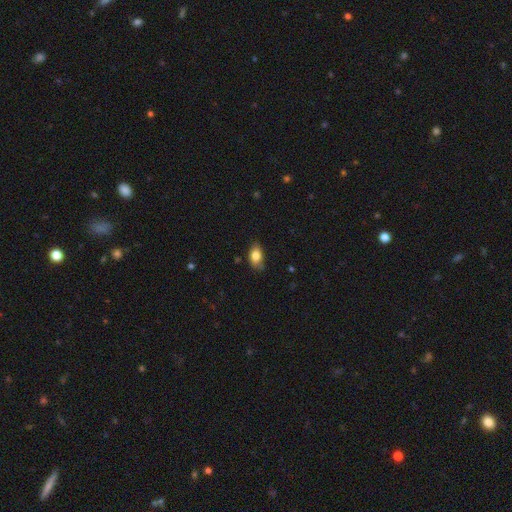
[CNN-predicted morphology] type=smooth (82%); roundness=in between (87%); merging=none (71%).